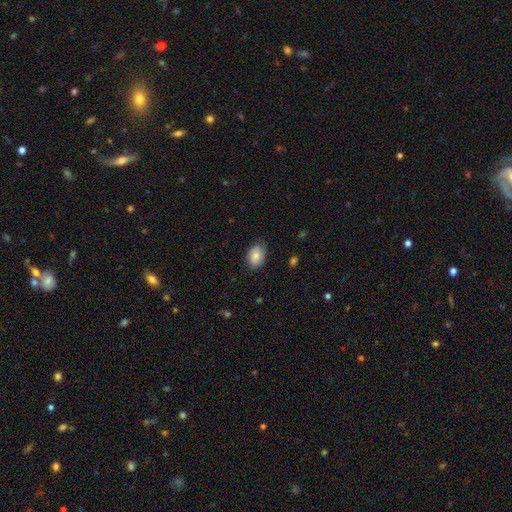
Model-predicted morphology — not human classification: Overall: smooth (80%). How rounded: in between (84%). Merging: none (71%).